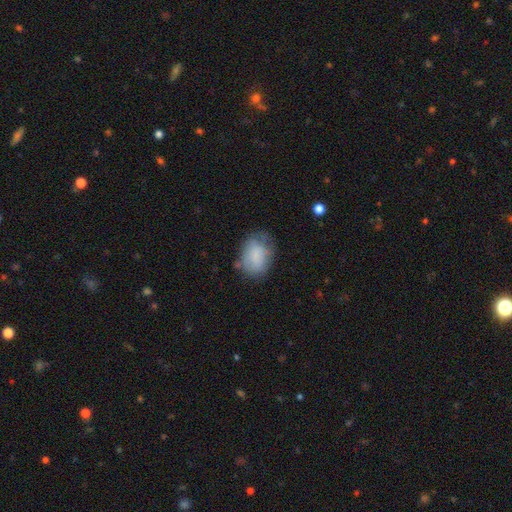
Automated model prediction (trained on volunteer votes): Overall: smooth (78%). How rounded: in between (73%). Merging: none (56%; minor disturbance 29%).